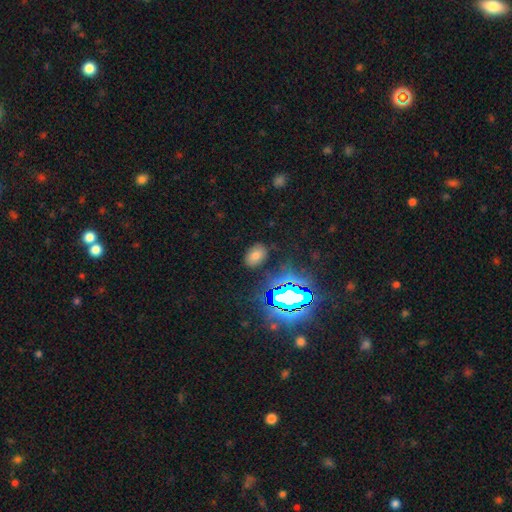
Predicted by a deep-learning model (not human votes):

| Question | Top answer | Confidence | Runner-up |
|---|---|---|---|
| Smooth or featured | smooth | 65% | star or artifact (26%) |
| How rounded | in between | 85% | round (14%) |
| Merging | none | 83% | minor disturbance (11%) |